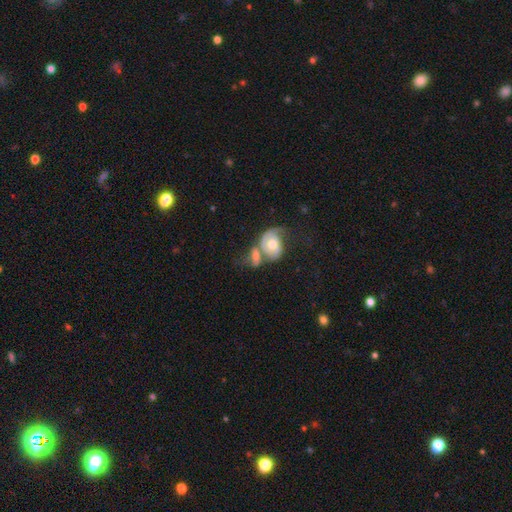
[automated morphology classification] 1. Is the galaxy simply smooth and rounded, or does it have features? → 52% featured or disk, 41% smooth, 7% star or artifact.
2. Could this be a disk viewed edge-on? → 93% no, 7% yes.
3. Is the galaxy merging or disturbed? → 58% merger, 16% none, 14% major disturbance, 12% minor disturbance.